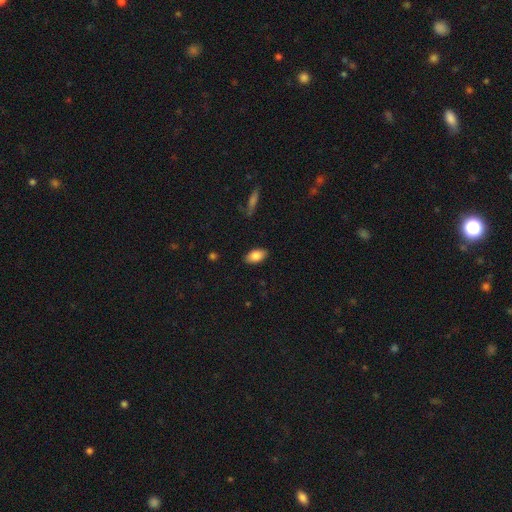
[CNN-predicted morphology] smooth 84%, featured or disk 9%, star or artifact 7%. Down the decision tree: how rounded — in between (93%); merging — none (87%).